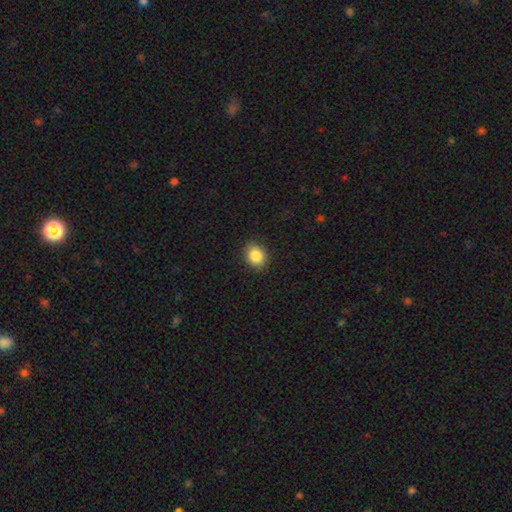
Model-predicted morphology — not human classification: type=smooth (87%); roundness=in between (53%); merging=none (89%).